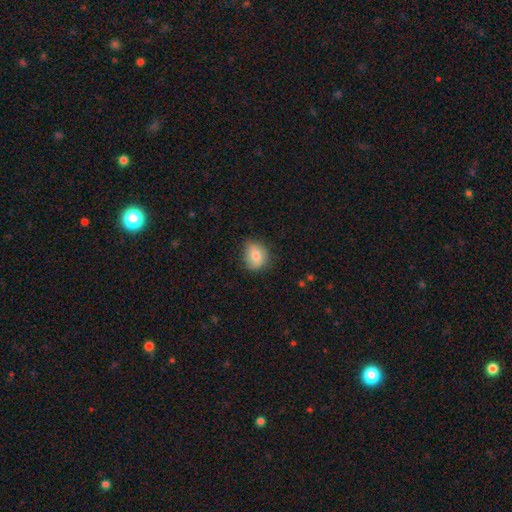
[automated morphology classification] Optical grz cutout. It shows a smooth galaxy with no disk features (79%) that is round (60%). Merging: none (71%).